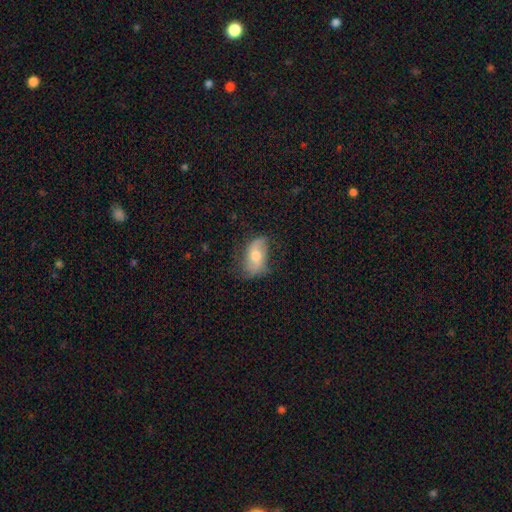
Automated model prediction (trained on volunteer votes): Smooth or featured?
  - featured or disk: 53% *
  - smooth: 39%
  - star or artifact: 8%
Edge-on disk?
  - no: 92% *
  - yes: 8%
Merging?
  - none: 64% *
  - minor disturbance: 25%
  - major disturbance: 9%
  - merger: 1%